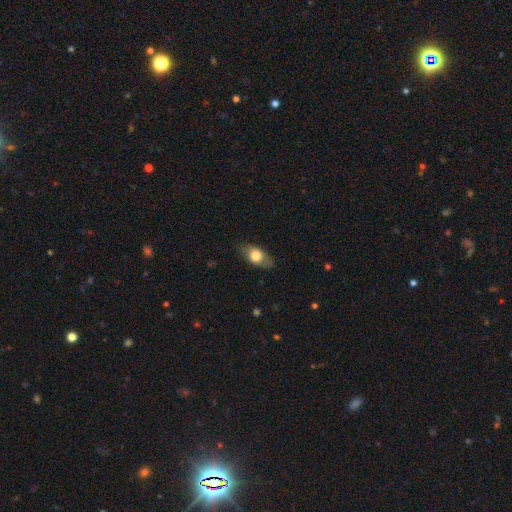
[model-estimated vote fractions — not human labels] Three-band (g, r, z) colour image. It shows a smooth galaxy with no disk features (69%) that is in between round and cigar-shaped (81%). Merging: none (77%).